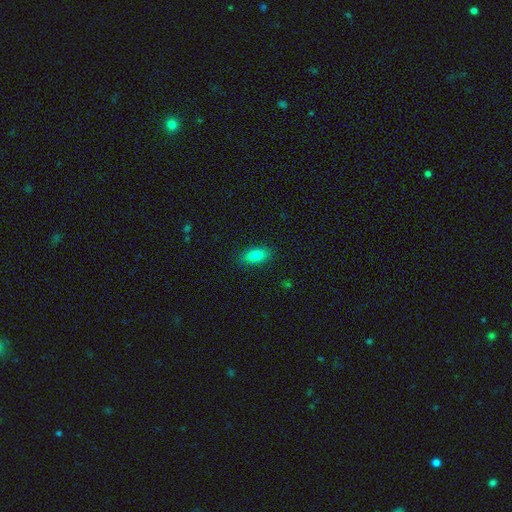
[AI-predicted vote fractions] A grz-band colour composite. It shows a smooth galaxy with no disk features (80%) that is in between round and cigar-shaped (86%). Merging: none (88%).